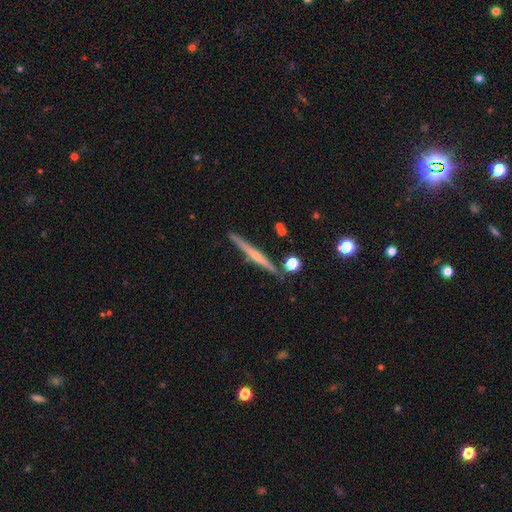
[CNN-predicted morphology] The model was most divided on "edge-on bulge": rounded: 57%, none: 37%, boxy: 6%. More confident: edge-on disk — yes (98%); merging — none (87%); smooth or featured — featured or disk (67%).